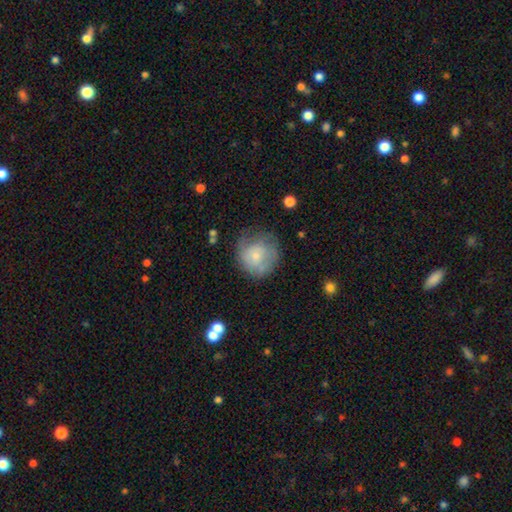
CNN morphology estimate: Overall: smooth (61%; featured or disk 32%). How rounded: round (87%). Merging: none (53%; minor disturbance 27%).